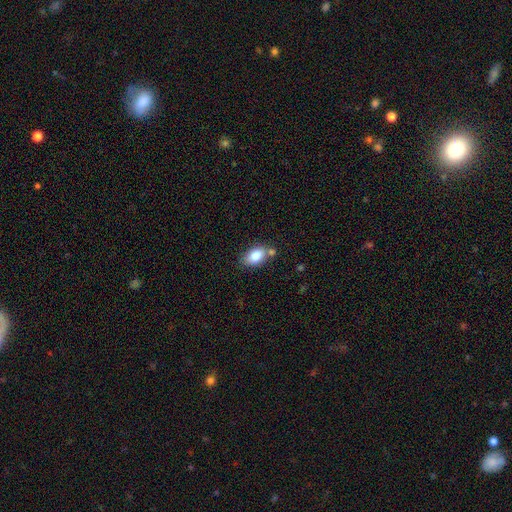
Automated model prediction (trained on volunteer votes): A smooth galaxy with no disk features (82%) that is in between round and cigar-shaped (88%). Merging: none (64%).